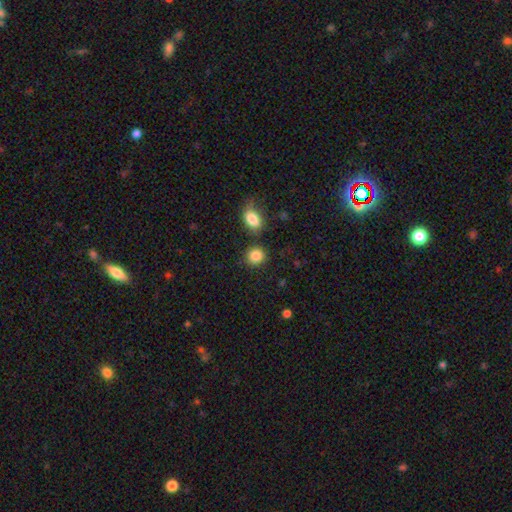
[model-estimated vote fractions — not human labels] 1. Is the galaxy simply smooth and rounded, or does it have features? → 86% smooth, 9% star or artifact, 5% featured or disk.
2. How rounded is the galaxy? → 79% round, 20% in between, 1% cigar-shaped.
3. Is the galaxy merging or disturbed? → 77% none, 11% merger, 9% minor disturbance, 3% major disturbance.